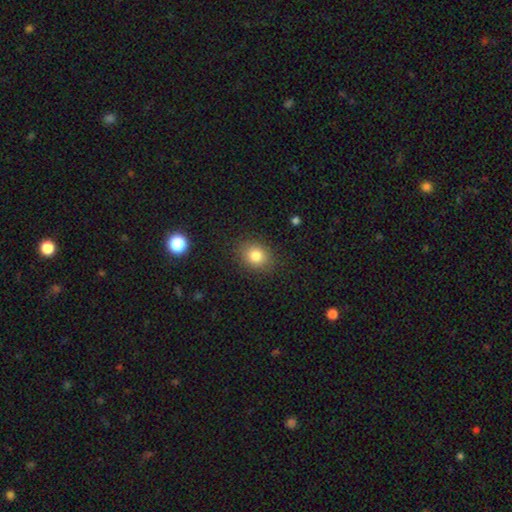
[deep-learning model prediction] The model was most divided on "how rounded": round: 54%, in between: 45%, cigar-shaped: 1%. More confident: merging — none (87%); smooth or featured — smooth (81%).